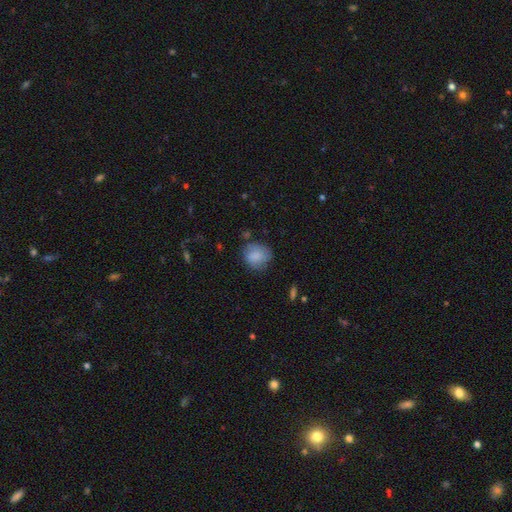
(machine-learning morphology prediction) The model was most divided on "merging": none: 67%, minor disturbance: 23%, major disturbance: 7%, merger: 3%. More confident: smooth or featured — smooth (81%); how rounded — round (76%).